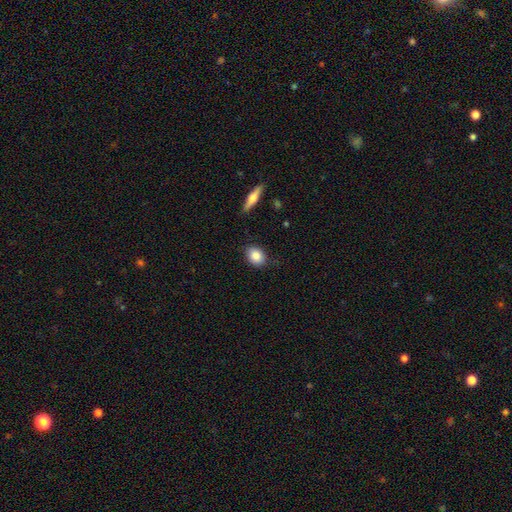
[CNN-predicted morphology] This appears to be a smooth galaxy with no disk features (85%) that is in between round and cigar-shaped (57%). Merging: none (81%).